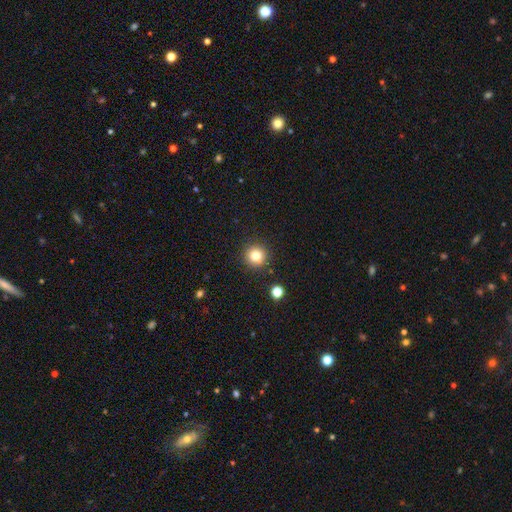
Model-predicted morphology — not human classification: smooth_or_featured: smooth (p=0.80) [alt: star or artifact p=0.13]
how_rounded: round (p=0.95) [alt: in between p=0.04]
merging: none (p=0.90) [alt: minor disturbance p=0.06]